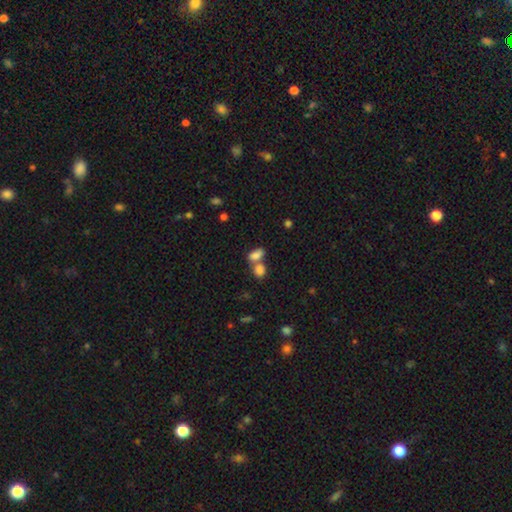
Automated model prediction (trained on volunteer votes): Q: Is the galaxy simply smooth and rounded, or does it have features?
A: smooth — 81%.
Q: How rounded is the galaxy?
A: in between — 82%.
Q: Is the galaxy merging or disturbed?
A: merger — 53%.